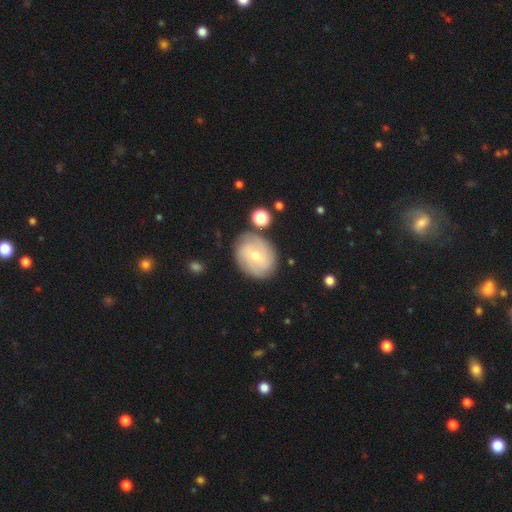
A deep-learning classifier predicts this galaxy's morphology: smooth-or-featured: featured or disk: 60% | smooth: 33% | star or artifact: 7%
  disk-edge-on: no: 96% | yes: 4%
    bar: weak: 52% | no: 35% | strong: 14%
    has-spiral-arms: yes: 79% | no: 21%
    bulge-size: moderate: 53% | small: 43% | large: 2% | none: 1% | dominant: 1%
  merging: none: 77% | minor disturbance: 14% | merger: 5% | major disturbance: 4%